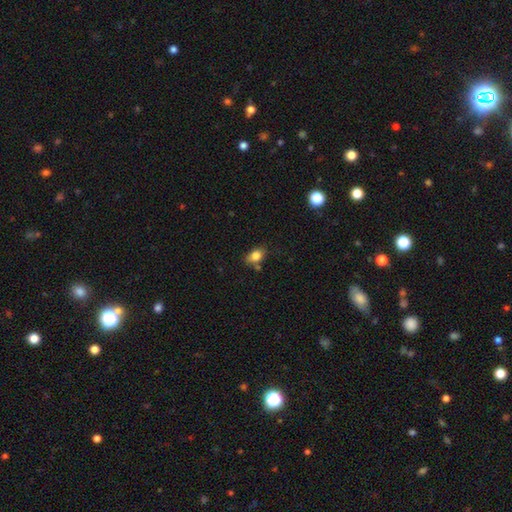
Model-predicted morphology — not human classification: Smooth or featured? smooth (80%)
How rounded? in between (77%)
Merging? none (67%)